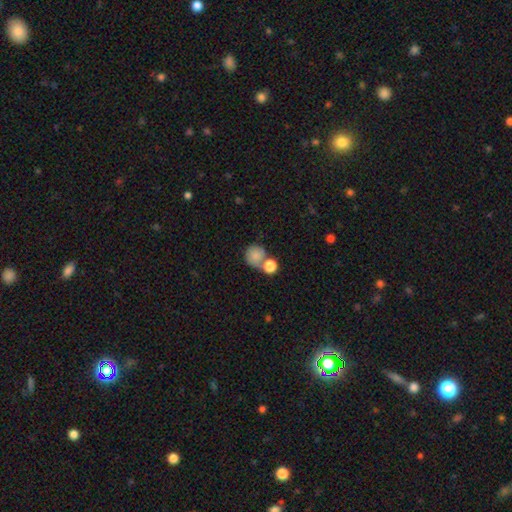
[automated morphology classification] Q: Smooth or featured?
A: smooth (80%); runner-up: featured or disk (11%)
Q: How rounded?
A: round (85%); runner-up: in between (14%)
Q: Merging?
A: merger (43%); runner-up: none (40%)